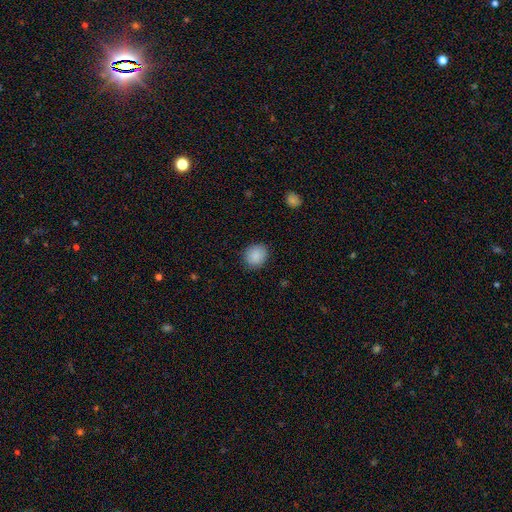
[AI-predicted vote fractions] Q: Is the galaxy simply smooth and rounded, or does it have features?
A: smooth — 89%.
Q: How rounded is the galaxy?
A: round — 79%.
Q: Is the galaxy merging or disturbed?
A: none — 88%.